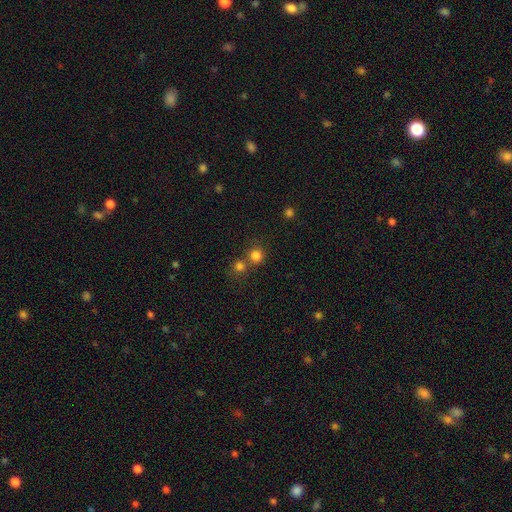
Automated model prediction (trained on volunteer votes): smooth_or_featured: smooth (p=0.79) [alt: star or artifact p=0.15]
how_rounded: round (p=0.90) [alt: in between p=0.09]
merging: none (p=0.59) [alt: merger p=0.32]